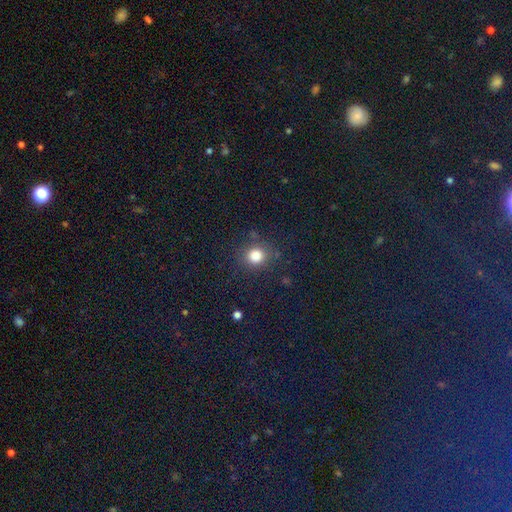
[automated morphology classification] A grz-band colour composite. It shows a smooth galaxy with no disk features (83%) that is round (82%). Merging: none (79%).